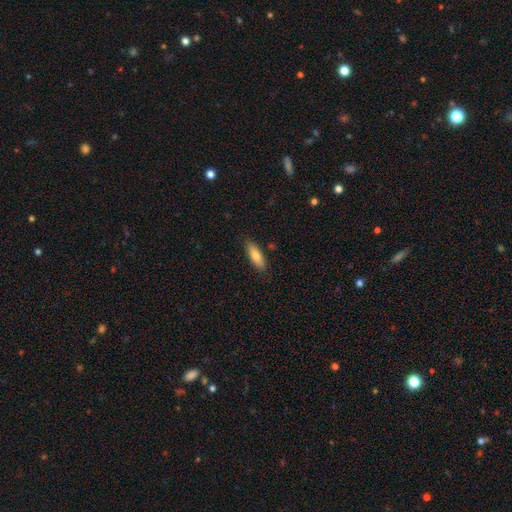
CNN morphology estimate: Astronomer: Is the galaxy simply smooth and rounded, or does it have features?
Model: smooth — 78%.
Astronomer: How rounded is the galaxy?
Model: in between — 58% (runner-up: cigar-shaped, 40%).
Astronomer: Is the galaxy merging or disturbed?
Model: none — 86%.